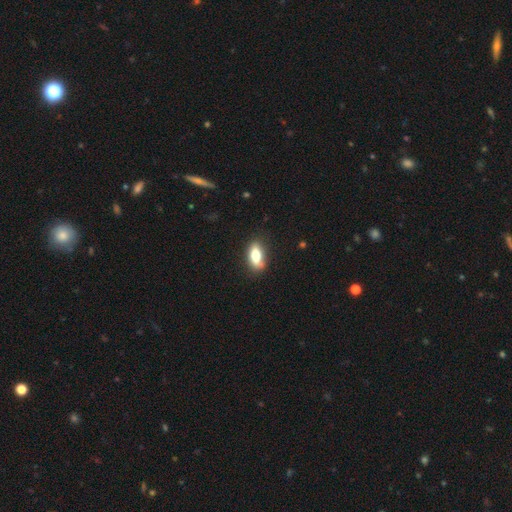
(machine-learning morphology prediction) This is likely a smooth galaxy (74%). How rounded: clearly in between (84%). Merging: likely none (75%).